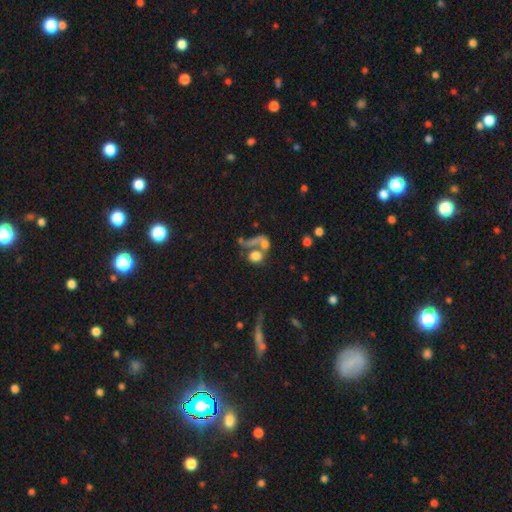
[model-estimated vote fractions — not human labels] Morphology: type=smooth (70%); roundness=round (60%); merging=merger (51%).